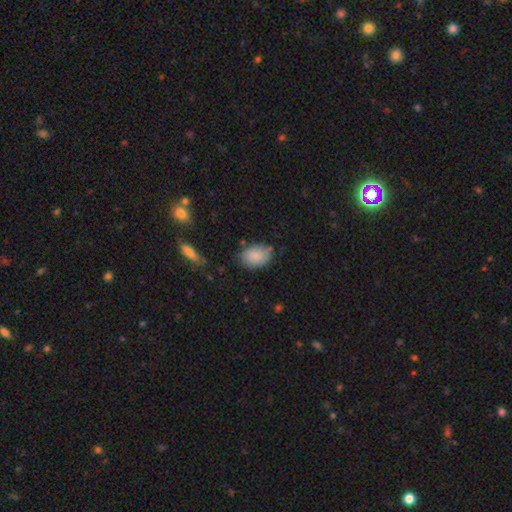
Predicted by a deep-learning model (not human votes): Morphology: type=smooth (84%); roundness=in between (81%); merging=none (74%).